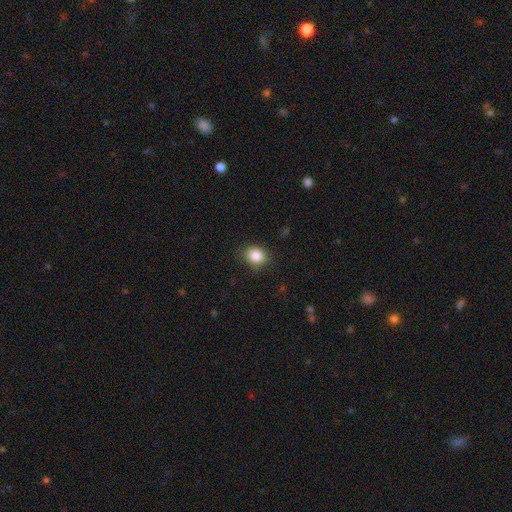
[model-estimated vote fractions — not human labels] smooth_or_featured: smooth (p=0.86) [alt: star or artifact p=0.10]
how_rounded: round (p=0.65) [alt: in between p=0.34]
merging: none (p=0.83) [alt: minor disturbance p=0.13]